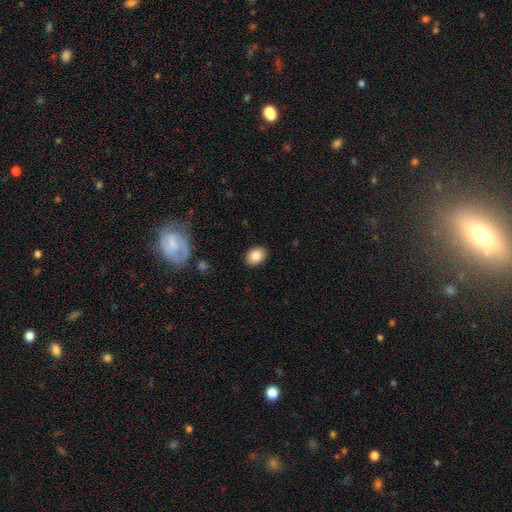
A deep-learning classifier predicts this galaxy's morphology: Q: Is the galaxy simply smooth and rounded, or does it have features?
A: smooth — 87%.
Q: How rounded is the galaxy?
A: in between — 67%.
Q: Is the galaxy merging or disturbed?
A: none — 88%.